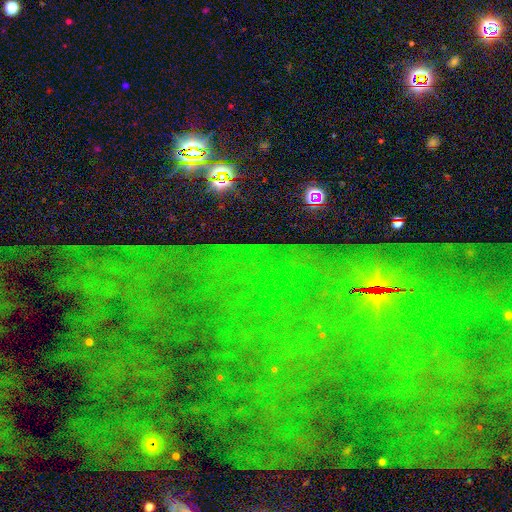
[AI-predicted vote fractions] Overall: star or artifact (76%).